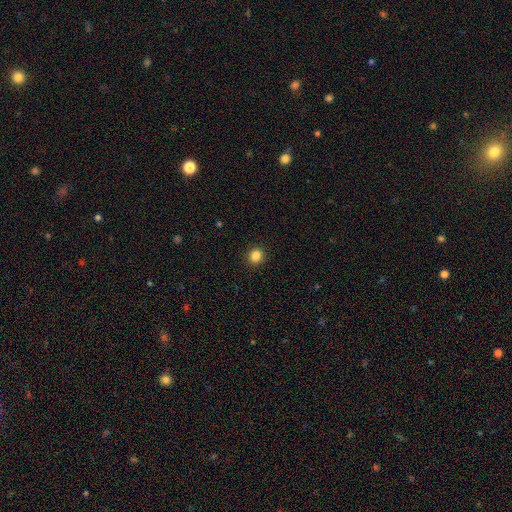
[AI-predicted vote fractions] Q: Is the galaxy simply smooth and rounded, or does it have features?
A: smooth — 85%.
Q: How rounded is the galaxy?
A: round — 90%.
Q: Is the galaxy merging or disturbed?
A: none — 93%.